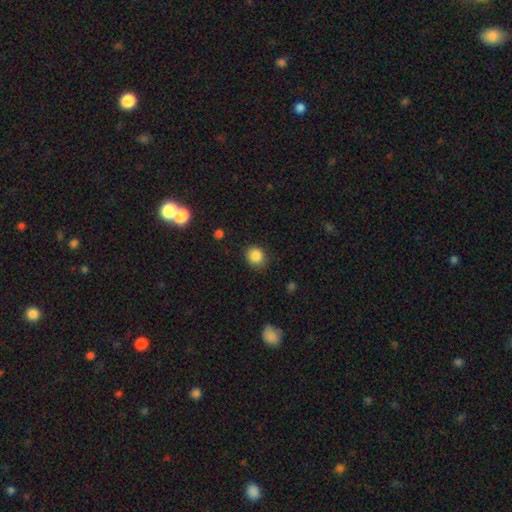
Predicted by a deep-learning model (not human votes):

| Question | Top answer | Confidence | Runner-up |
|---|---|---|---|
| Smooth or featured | smooth | 86% | star or artifact (10%) |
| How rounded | round | 79% | in between (20%) |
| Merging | none | 85% | minor disturbance (11%) |